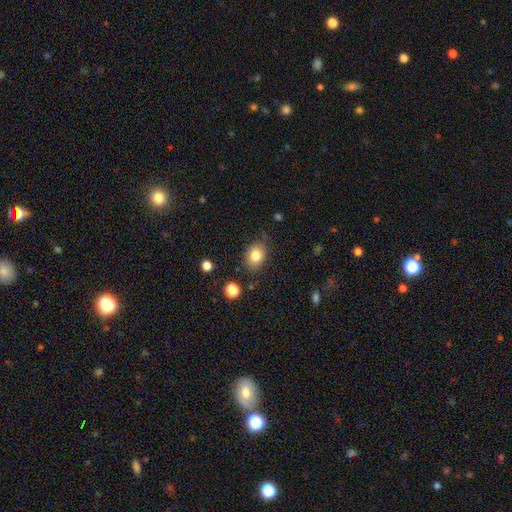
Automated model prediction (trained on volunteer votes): The model was most divided on "how rounded": in between: 58%, round: 41%, cigar-shaped: 1%. More confident: merging — none (83%); smooth or featured — smooth (82%).